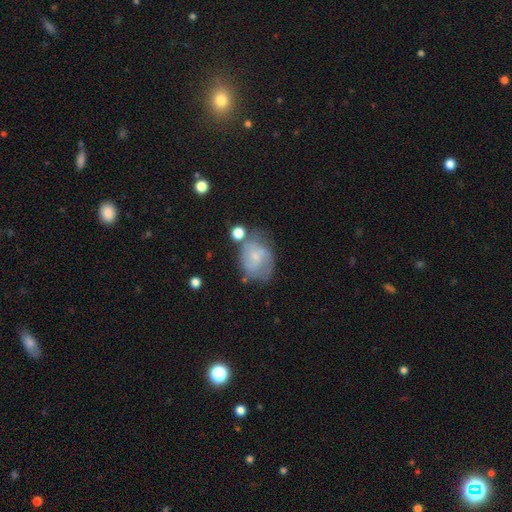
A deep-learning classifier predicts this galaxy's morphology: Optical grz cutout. It shows a smooth galaxy with no disk features (45%, tied with featured or disk). Merging: none (46%).